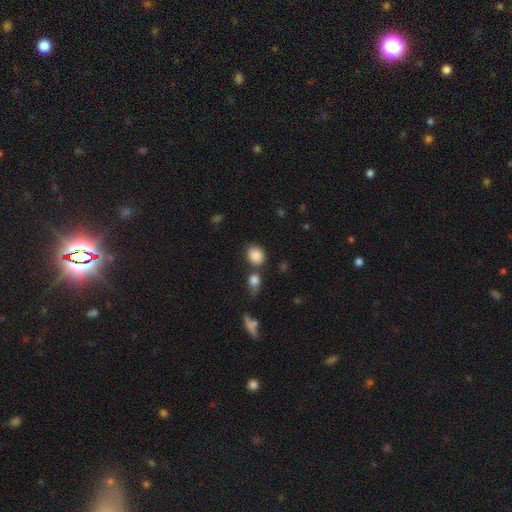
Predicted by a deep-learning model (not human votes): This is clearly a smooth galaxy (85%). How rounded: possibly round (57%). Merging: likely none (65%).